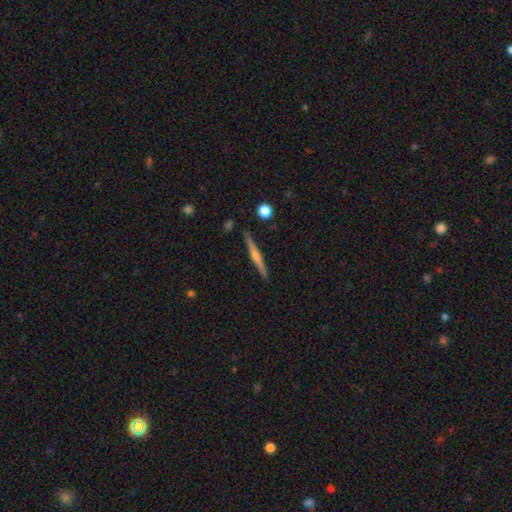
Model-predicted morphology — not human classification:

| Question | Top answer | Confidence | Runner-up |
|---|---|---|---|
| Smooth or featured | featured or disk | 71% | smooth (23%) |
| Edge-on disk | yes | 98% | no (2%) |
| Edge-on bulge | rounded | 83% | none (10%) |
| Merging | none | 90% | minor disturbance (7%) |